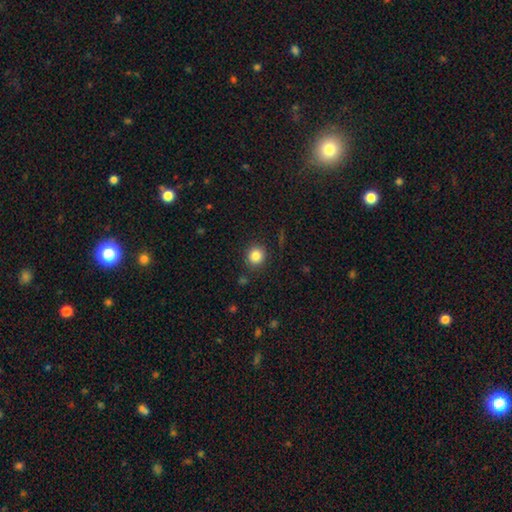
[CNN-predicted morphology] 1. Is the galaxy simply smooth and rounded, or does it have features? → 84% smooth, 11% star or artifact, 5% featured or disk.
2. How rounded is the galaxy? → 88% round, 11% in between, 1% cigar-shaped.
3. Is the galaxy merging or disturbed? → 88% none, 7% minor disturbance, 3% major disturbance, 2% merger.